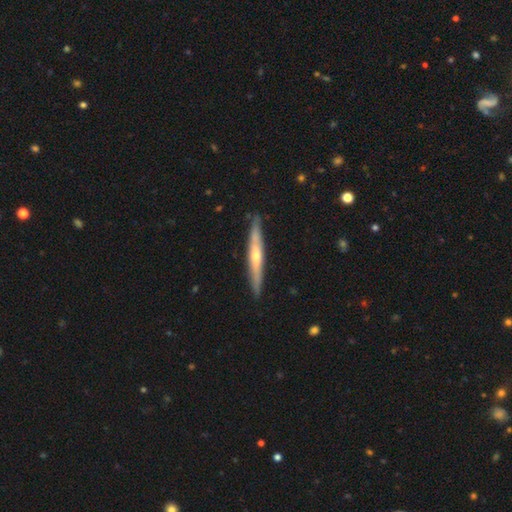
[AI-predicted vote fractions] Smooth or featured? Predicted: featured or disk (p=0.67). Edge-on disk? Predicted: yes (p=0.95). Edge-on bulge? Predicted: rounded (p=0.79). Merging? Predicted: none (p=0.90).